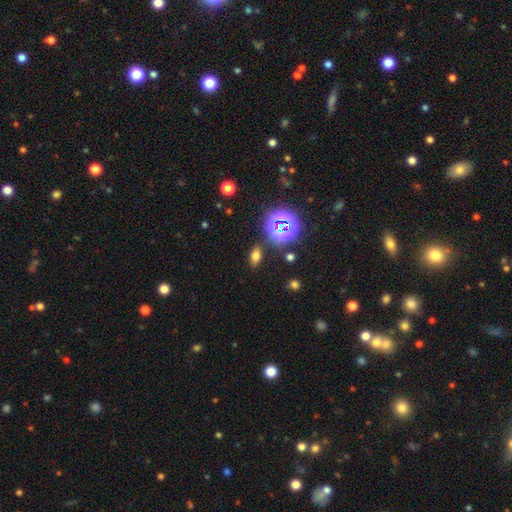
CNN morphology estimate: smooth 65%, star or artifact 26%, featured or disk 9%. Down the decision tree: how rounded — in between (83%); merging — none (83%).